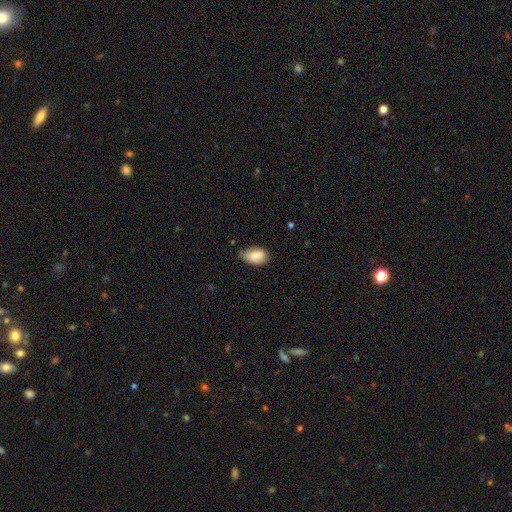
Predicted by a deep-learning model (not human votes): Smooth or featured?
  - smooth: 81% *
  - featured or disk: 13%
  - star or artifact: 7%
How rounded?
  - in between: 92% *
  - round: 6%
  - cigar-shaped: 2%
Merging?
  - none: 61% *
  - minor disturbance: 33%
  - major disturbance: 5%
  - merger: 2%